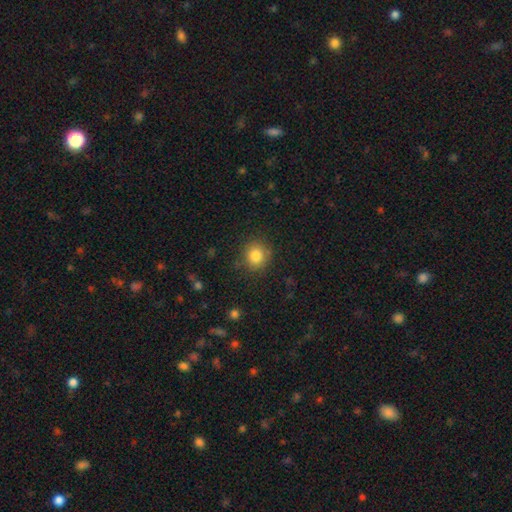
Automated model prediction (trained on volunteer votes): Smooth or featured? Predicted: smooth (p=0.82). How rounded? Predicted: round (p=0.85). Merging? Predicted: none (p=0.85).